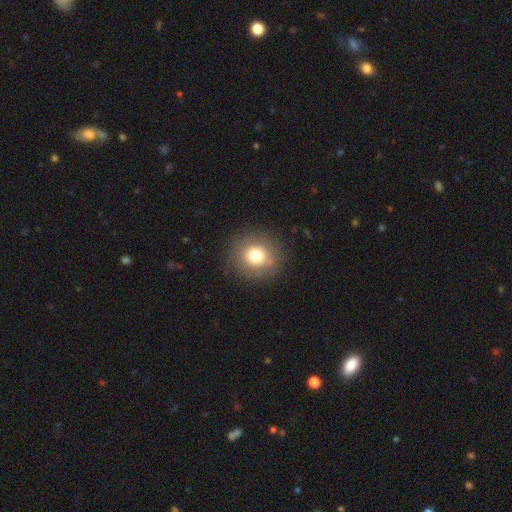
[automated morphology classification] smooth 75%, featured or disk 13%, star or artifact 12%. Down the decision tree: how rounded — round (89%); merging — none (87%).